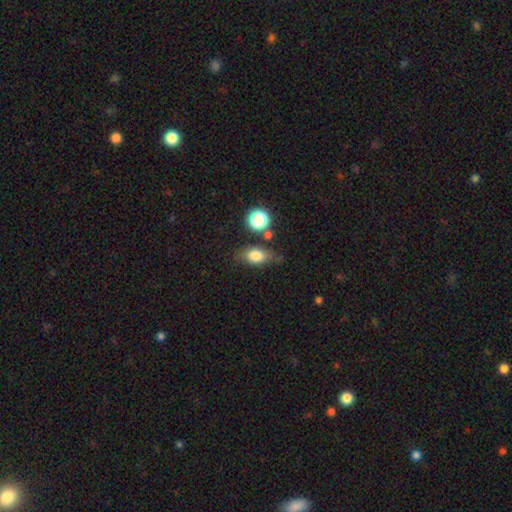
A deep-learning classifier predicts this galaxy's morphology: smooth_or_featured: smooth (p=0.75) [alt: featured or disk p=0.15]
how_rounded: in between (p=0.74) [alt: round p=0.18]
merging: none (p=0.66) [alt: minor disturbance p=0.19]